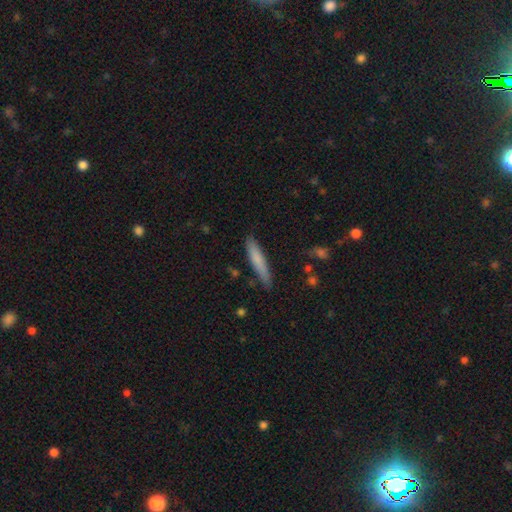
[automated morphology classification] A smooth galaxy with no disk features (76%) that is cigar-shaped (91%). Merging: none (83%).